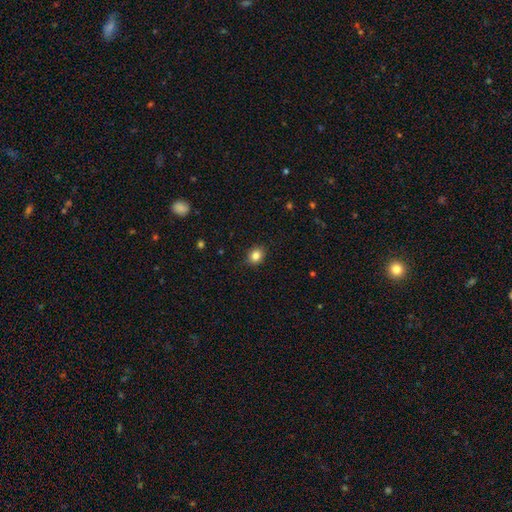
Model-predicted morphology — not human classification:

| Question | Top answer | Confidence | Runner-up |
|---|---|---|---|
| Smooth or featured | smooth | 84% | star or artifact (10%) |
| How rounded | round | 62% | in between (37%) |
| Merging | none | 88% | minor disturbance (9%) |